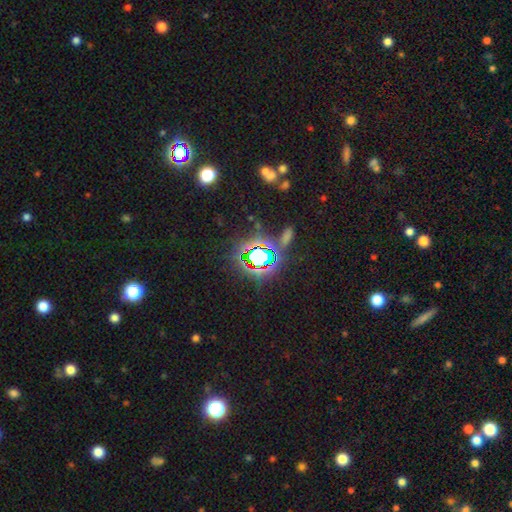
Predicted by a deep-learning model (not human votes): Smooth or featured: star or artifact — 73% (smooth — 17%)